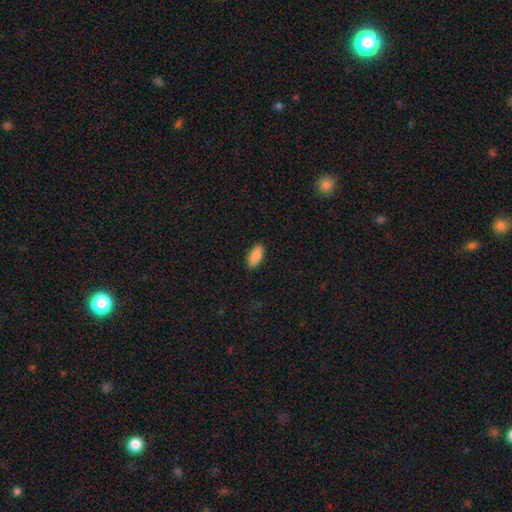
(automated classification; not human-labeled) The model was most divided on "how rounded": in between: 86%, cigar-shaped: 12%, round: 2%. More confident: smooth or featured — smooth (90%); merging — none (89%).